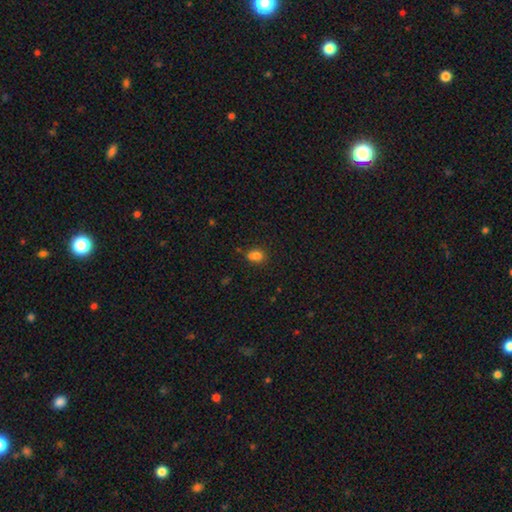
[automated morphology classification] Q: Smooth or featured?
A: smooth (77%); runner-up: star or artifact (15%)
Q: How rounded?
A: in between (59%); runner-up: round (39%)
Q: Merging?
A: none (49%); runner-up: merger (24%)